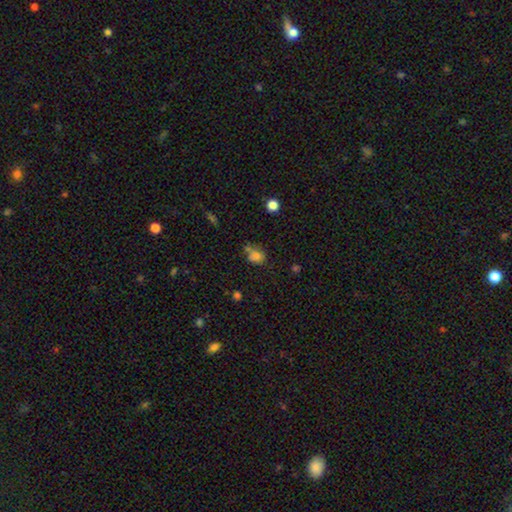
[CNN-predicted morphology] type=smooth (74%); roundness=in between (53%); merging=none (45%).